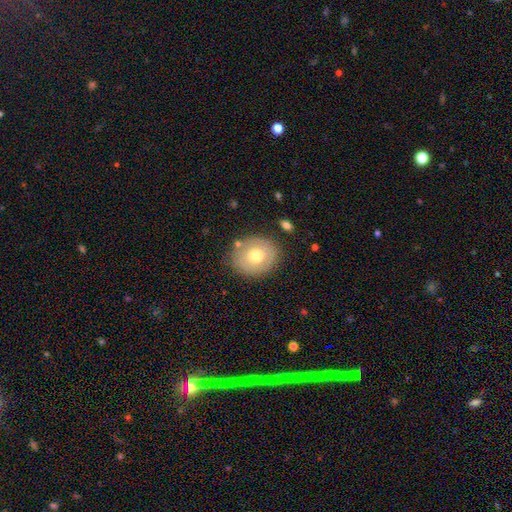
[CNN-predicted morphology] Overall: smooth (65%; featured or disk 27%). How rounded: round (63%; in between 36%). Merging: none (80%).